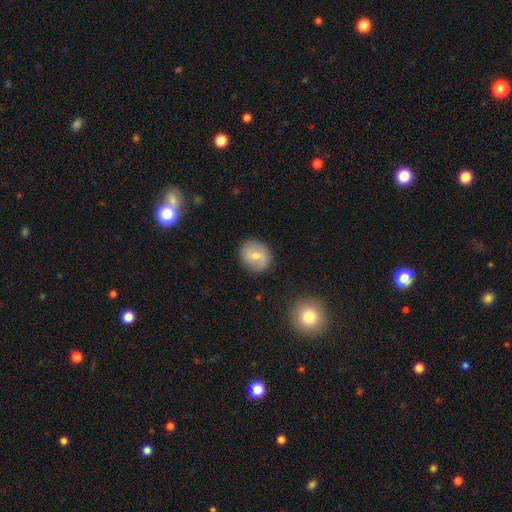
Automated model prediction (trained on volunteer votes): The model was most divided on "smooth or featured": smooth: 55%, featured or disk: 37%, star or artifact: 8%. More confident: merging — none (85%); how rounded — round (73%).